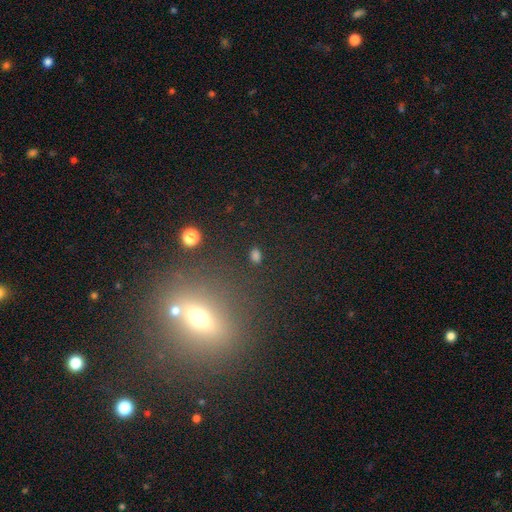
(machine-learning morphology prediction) Smooth or featured: smooth — 63% (star or artifact — 27%)
How rounded: in between — 50% (round — 44%)
Merging: none — 82% (minor disturbance — 9%)